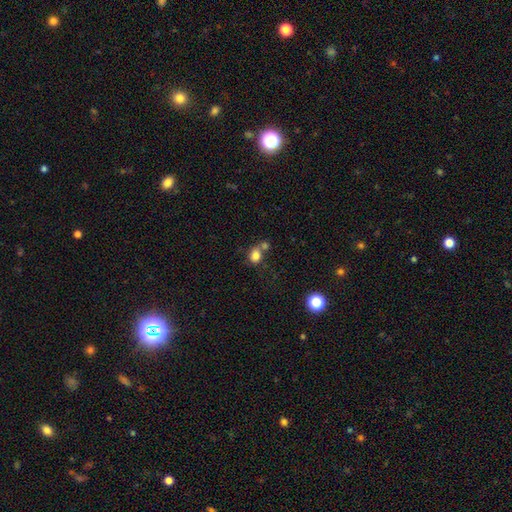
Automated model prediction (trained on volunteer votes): smooth_or_featured: smooth (p=0.81) [alt: star or artifact p=0.11]
how_rounded: round (p=0.58) [alt: in between p=0.41]
merging: none (p=0.45) [alt: merger p=0.36]